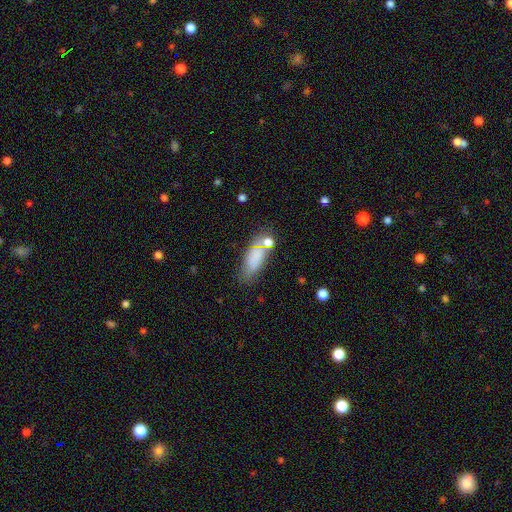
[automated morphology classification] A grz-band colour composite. It shows a smooth galaxy with no disk features (77%) that is in between round and cigar-shaped (72%). Merging: none (56%).